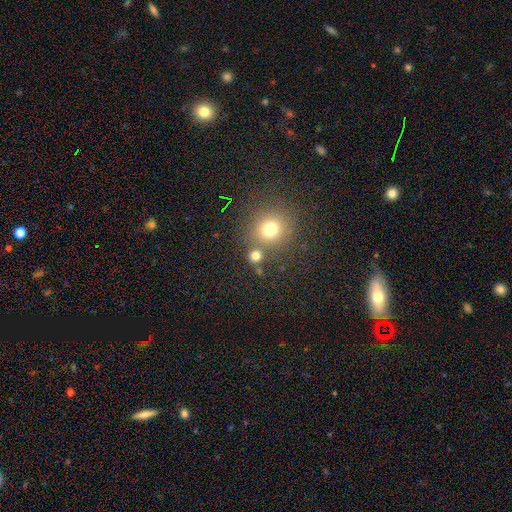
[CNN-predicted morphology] Smooth or featured?
  - smooth: 73% *
  - star or artifact: 20%
  - featured or disk: 7%
How rounded?
  - round: 89% *
  - in between: 10%
  - cigar-shaped: 1%
Merging?
  - none: 71% *
  - merger: 19%
  - minor disturbance: 7%
  - major disturbance: 4%